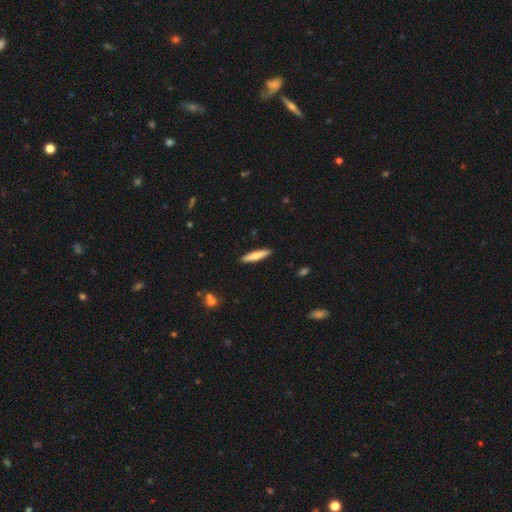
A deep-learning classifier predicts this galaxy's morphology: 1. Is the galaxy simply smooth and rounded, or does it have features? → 66% smooth, 28% featured or disk, 5% star or artifact.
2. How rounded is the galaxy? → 85% cigar-shaped, 13% in between, 1% round.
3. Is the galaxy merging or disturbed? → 91% none, 7% minor disturbance, 1% major disturbance, 1% merger.